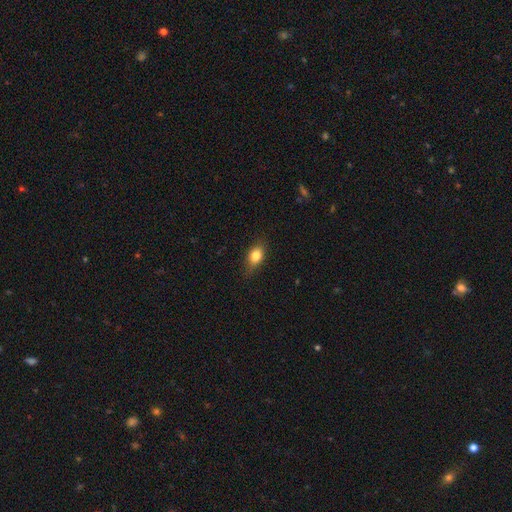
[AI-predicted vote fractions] Morphology: type=smooth (81%); roundness=in between (74%); merging=none (75%).